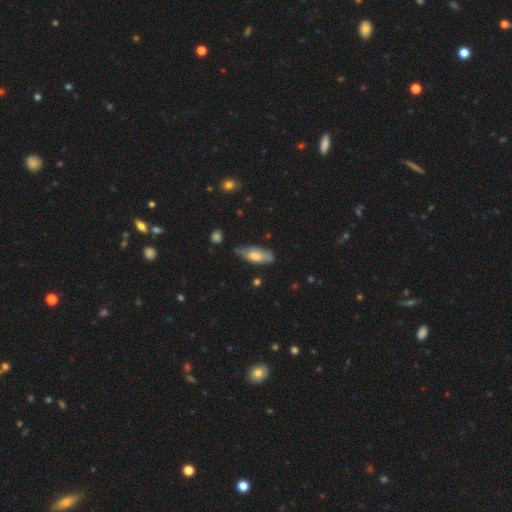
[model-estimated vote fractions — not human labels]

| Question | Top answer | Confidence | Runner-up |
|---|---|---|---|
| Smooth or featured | smooth | 62% | featured or disk (32%) |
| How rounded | in between | 77% | cigar-shaped (20%) |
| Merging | none | 55% | minor disturbance (34%) |